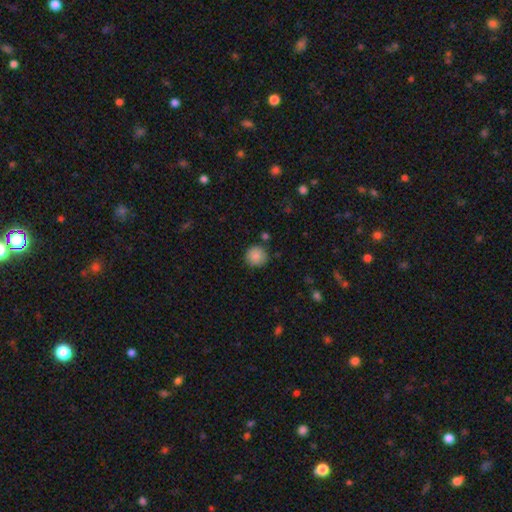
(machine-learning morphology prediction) The model was most divided on "merging": none: 84%, minor disturbance: 10%, merger: 3%, major disturbance: 3%. More confident: how rounded — round (93%); smooth or featured — smooth (88%).